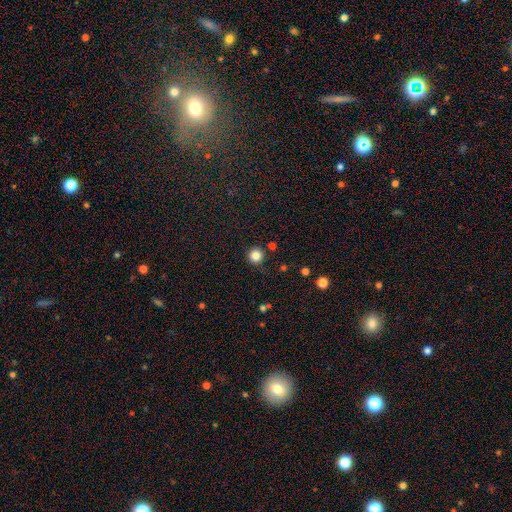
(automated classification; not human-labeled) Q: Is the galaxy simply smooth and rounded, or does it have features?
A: smooth — 83%.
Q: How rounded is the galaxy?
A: round — 95%.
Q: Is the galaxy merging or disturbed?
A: none — 87%.